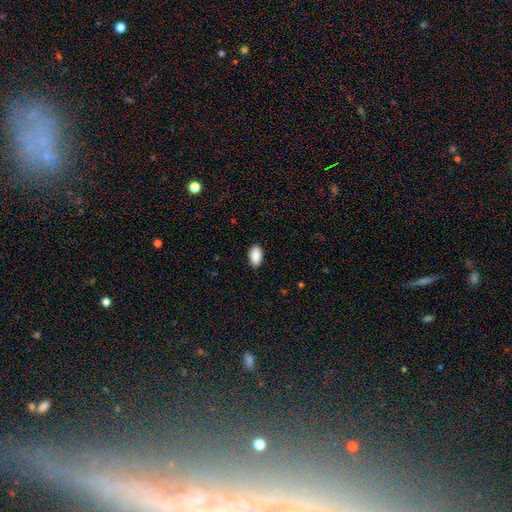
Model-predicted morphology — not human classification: smooth-or-featured: smooth: 91% | star or artifact: 7% | featured or disk: 3%
  how-rounded: in between: 94% | round: 4% | cigar-shaped: 2%
  merging: none: 87% | minor disturbance: 10% | major disturbance: 2% | merger: 1%